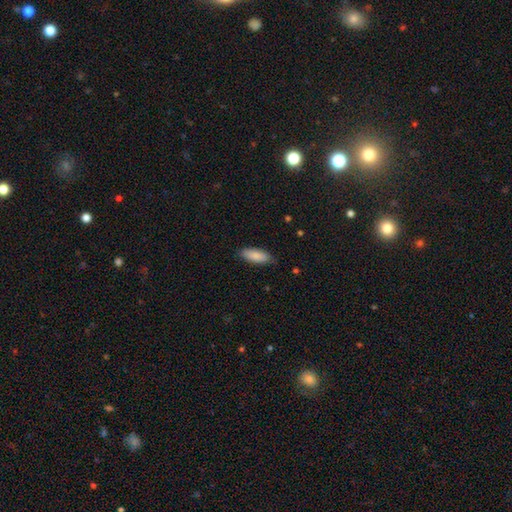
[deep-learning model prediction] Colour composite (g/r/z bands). It shows a smooth galaxy with no disk features (88%) that is in between round and cigar-shaped (71%). Merging: none (83%).